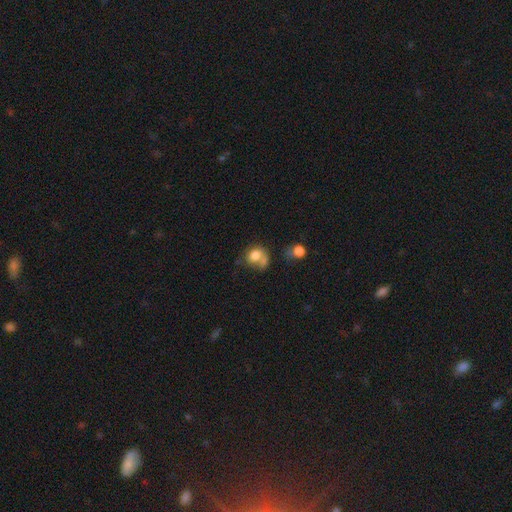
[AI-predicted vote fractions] This appears to be a smooth galaxy with no disk features (76%) that is round (59%). Merging: merger (37%).